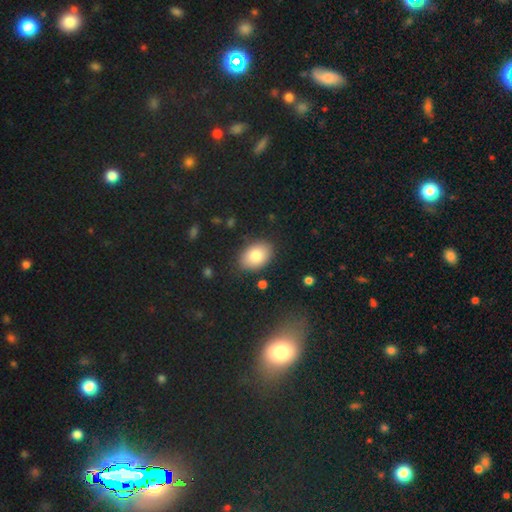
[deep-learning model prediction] smooth-or-featured: smooth: 85% | featured or disk: 8% | star or artifact: 7%
  how-rounded: in between: 83% | round: 16% | cigar-shaped: 1%
  merging: none: 84% | minor disturbance: 12% | major disturbance: 3% | merger: 2%